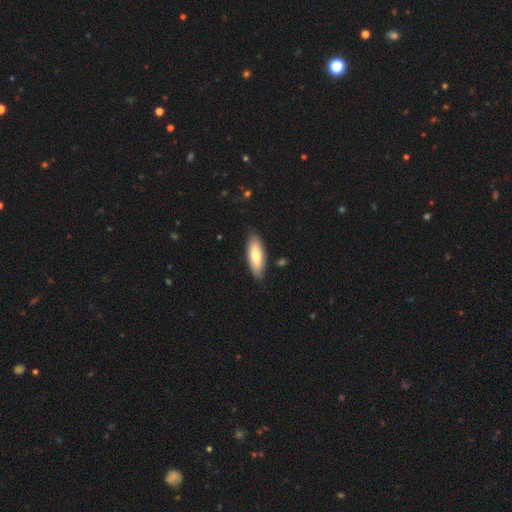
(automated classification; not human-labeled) Morphology: type=smooth (72%); roundness=in between (70%); merging=none (86%).